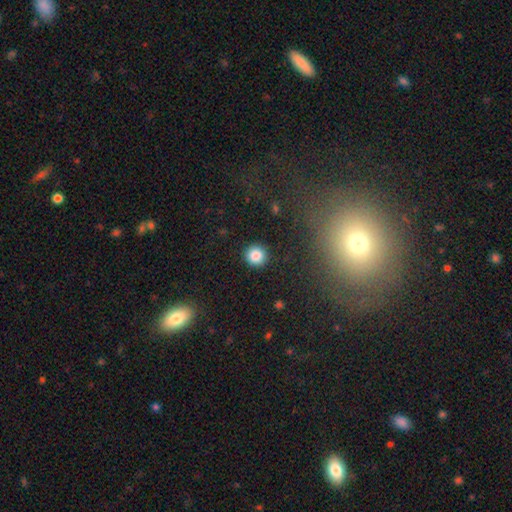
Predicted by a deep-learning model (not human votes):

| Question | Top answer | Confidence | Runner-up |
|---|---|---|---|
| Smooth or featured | smooth | 85% | star or artifact (10%) |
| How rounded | round | 94% | in between (5%) |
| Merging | none | 91% | minor disturbance (5%) |